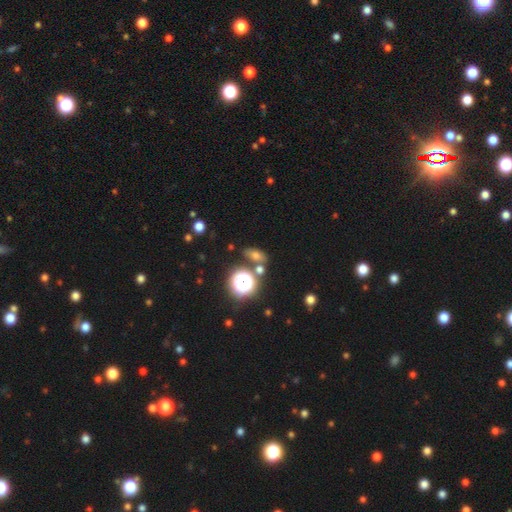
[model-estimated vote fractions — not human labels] smooth-or-featured: smooth: 60% | star or artifact: 25% | featured or disk: 15%
  how-rounded: in between: 66% | round: 28% | cigar-shaped: 6%
  merging: none: 71% | minor disturbance: 12% | merger: 12% | major disturbance: 5%